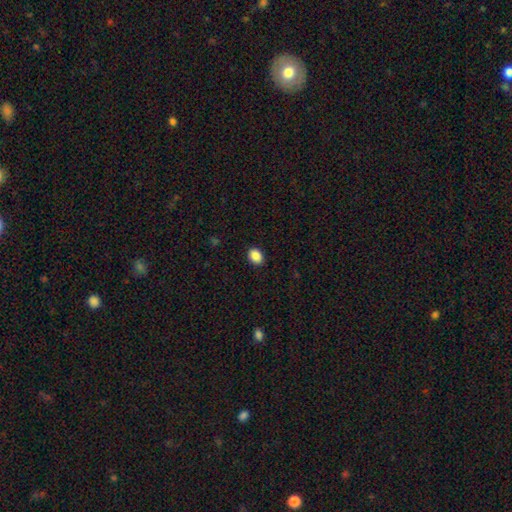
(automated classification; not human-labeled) Q: Smooth or featured?
A: smooth (89%); runner-up: star or artifact (8%)
Q: How rounded?
A: in between (70%); runner-up: round (29%)
Q: Merging?
A: none (90%); runner-up: minor disturbance (7%)